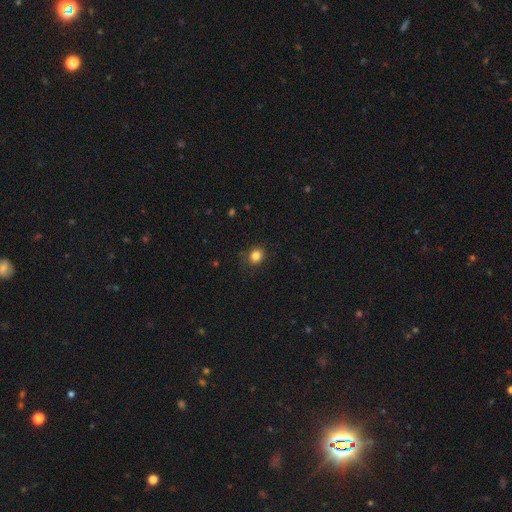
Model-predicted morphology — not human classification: Smooth or featured: smooth — 84% (star or artifact — 12%)
How rounded: round — 68% (in between — 31%)
Merging: none — 85% (minor disturbance — 11%)